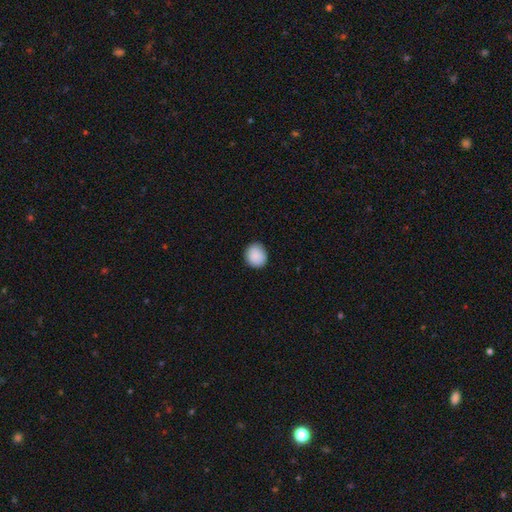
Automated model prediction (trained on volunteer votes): Smooth or featured? Predicted: smooth (p=0.89). How rounded? Predicted: round (p=0.81). Merging? Predicted: none (p=0.85).